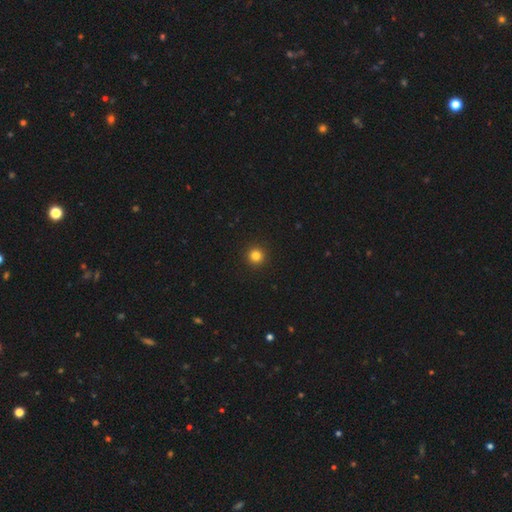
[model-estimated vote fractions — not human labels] smooth_or_featured: smooth (p=0.83) [alt: star or artifact p=0.13]
how_rounded: round (p=0.96) [alt: in between p=0.03]
merging: none (p=0.94) [alt: minor disturbance p=0.04]